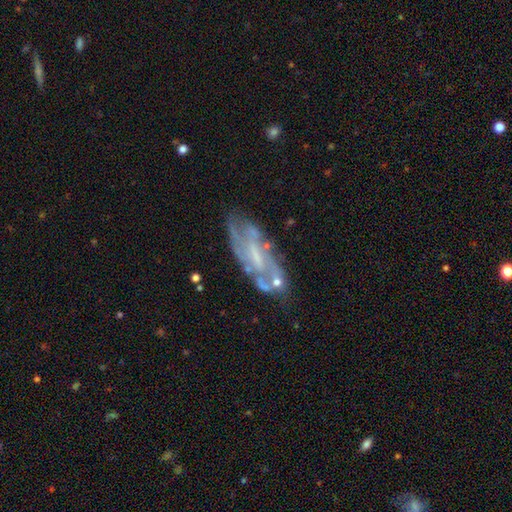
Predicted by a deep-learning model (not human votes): Morphology: type=featured or disk (74%); edge-on=no (87%); bar=no (43%); spiral arms=yes (65%); bulge=none (38%); merging=none (59%).